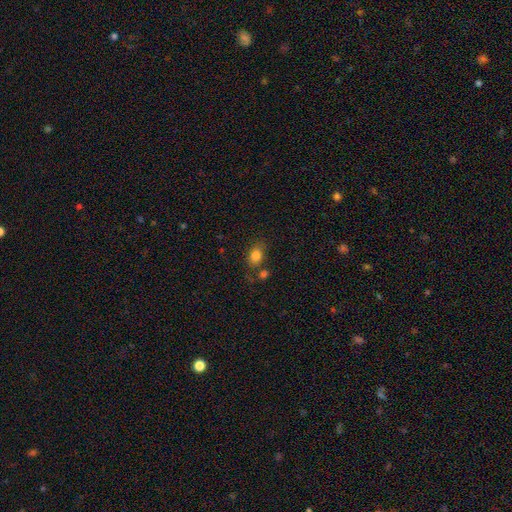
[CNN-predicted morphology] A smooth galaxy with no disk features (82%) that is in between round and cigar-shaped (69%). Merging: none (64%).